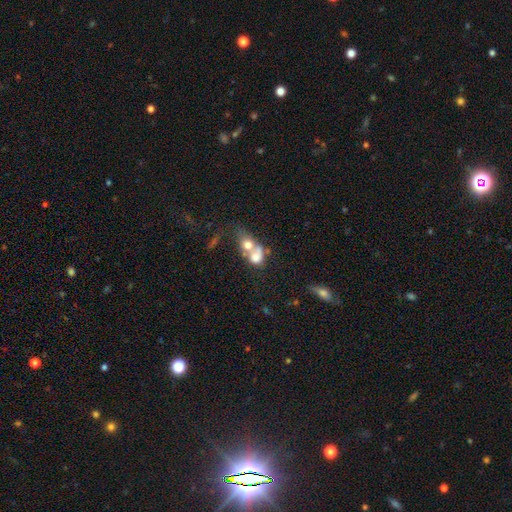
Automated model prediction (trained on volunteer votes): Overall: smooth (62%; featured or disk 27%). How rounded: in between (56%; round 42%). Merging: merger (71%).